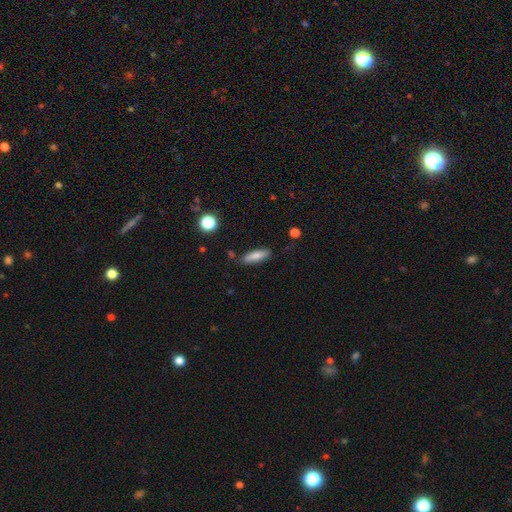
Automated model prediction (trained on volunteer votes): A smooth galaxy with no disk features (77%) that is cigar-shaped (56%).

Vote fractions:
- Smooth or featured? smooth: 77% / featured or disk: 16% / star or artifact: 7%
- How rounded? cigar-shaped: 56% / in between: 42% / round: 2%
- Merging? none: 83% / minor disturbance: 12% / merger: 3% / major disturbance: 2%